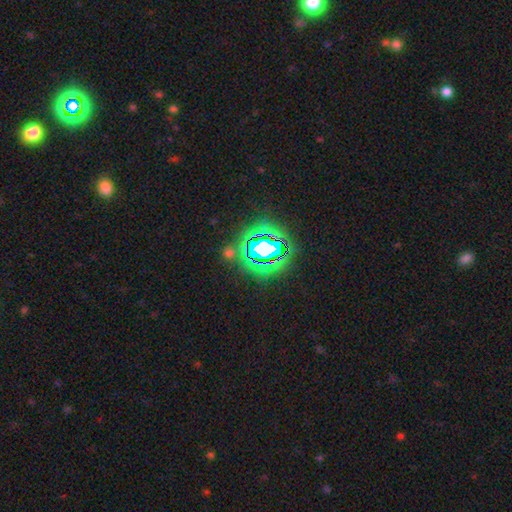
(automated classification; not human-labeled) Q: Smooth or featured?
A: star or artifact (82%); runner-up: smooth (12%)